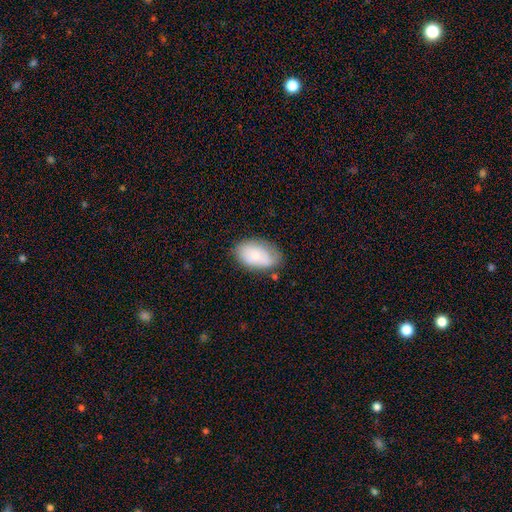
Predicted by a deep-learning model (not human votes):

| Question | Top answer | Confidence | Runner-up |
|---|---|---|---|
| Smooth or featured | smooth | 70% | featured or disk (23%) |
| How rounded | in between | 92% | round (7%) |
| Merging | none | 68% | minor disturbance (23%) |